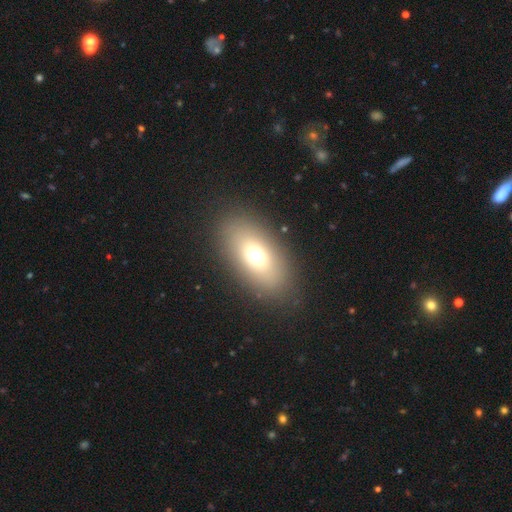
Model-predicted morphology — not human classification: Overall: smooth (69%). How rounded: in between (87%). Merging: none (86%).